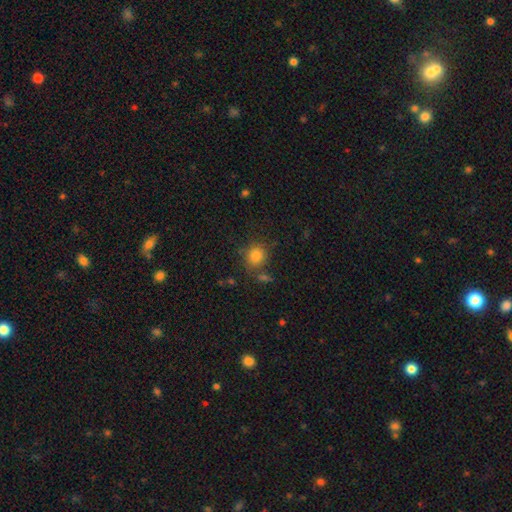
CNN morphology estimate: Smooth or featured: smooth — 82% (star or artifact — 11%)
How rounded: round — 83% (in between — 16%)
Merging: none — 73% (minor disturbance — 13%)